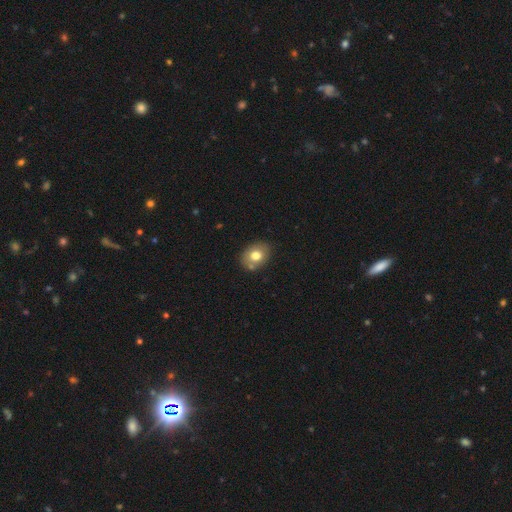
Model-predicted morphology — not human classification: A smooth galaxy with no disk features (74%) that is in between round and cigar-shaped (60%).

Vote fractions:
- Smooth or featured? smooth: 74% / featured or disk: 17% / star or artifact: 9%
- How rounded? in between: 60% / round: 39% / cigar-shaped: 1%
- Merging? none: 75% / minor disturbance: 14% / merger: 7% / major disturbance: 3%